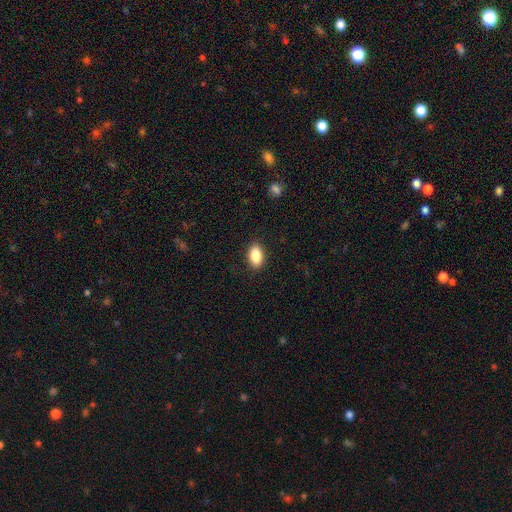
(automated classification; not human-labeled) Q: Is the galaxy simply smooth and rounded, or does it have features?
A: smooth — 87%.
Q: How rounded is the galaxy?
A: in between — 91%.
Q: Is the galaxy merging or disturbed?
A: none — 88%.